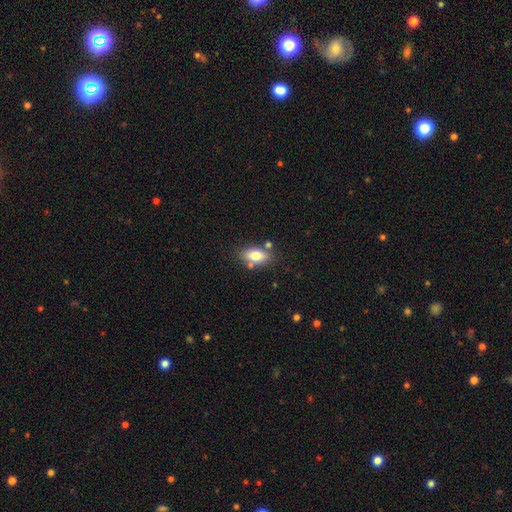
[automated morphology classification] Smooth or featured?
  - smooth: 76% *
  - featured or disk: 16%
  - star or artifact: 8%
How rounded?
  - in between: 87% *
  - cigar-shaped: 7%
  - round: 6%
Merging?
  - none: 73% *
  - minor disturbance: 14%
  - merger: 10%
  - major disturbance: 3%